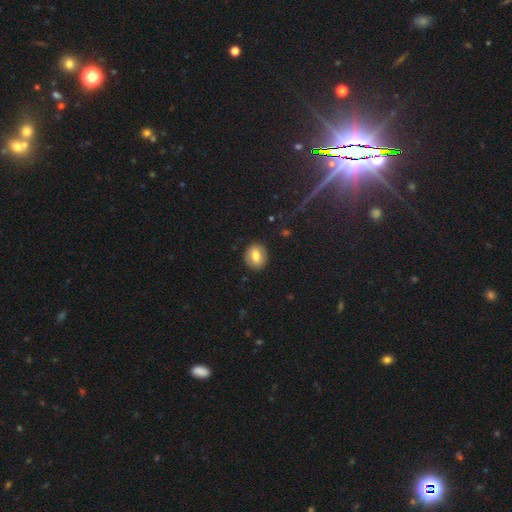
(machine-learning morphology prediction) Smooth or featured? Predicted: smooth (p=0.71). How rounded? Predicted: round (p=0.61). Merging? Predicted: none (p=0.87).